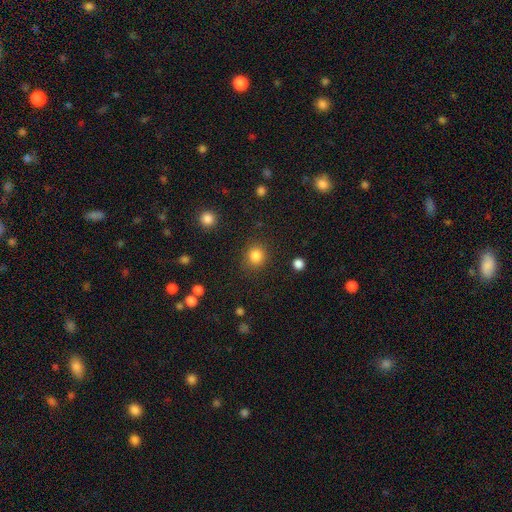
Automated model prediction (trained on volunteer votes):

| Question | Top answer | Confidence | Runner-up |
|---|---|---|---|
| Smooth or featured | smooth | 85% | star or artifact (11%) |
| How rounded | round | 88% | in between (11%) |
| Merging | none | 88% | minor disturbance (7%) |